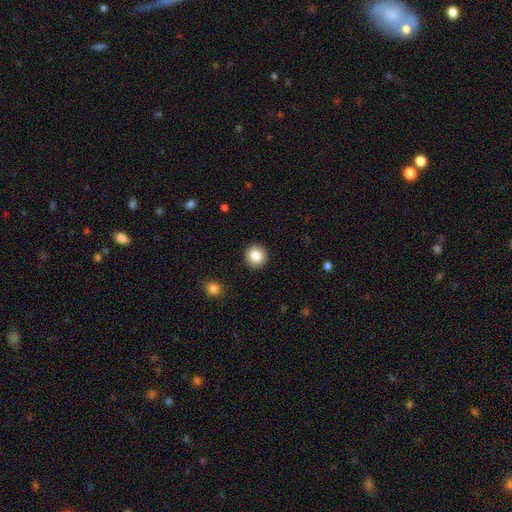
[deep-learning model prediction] Smooth or featured?
  - smooth: 84% *
  - star or artifact: 9%
  - featured or disk: 6%
How rounded?
  - round: 93% *
  - in between: 6%
  - cigar-shaped: 1%
Merging?
  - none: 92% *
  - minor disturbance: 5%
  - major disturbance: 2%
  - merger: 1%